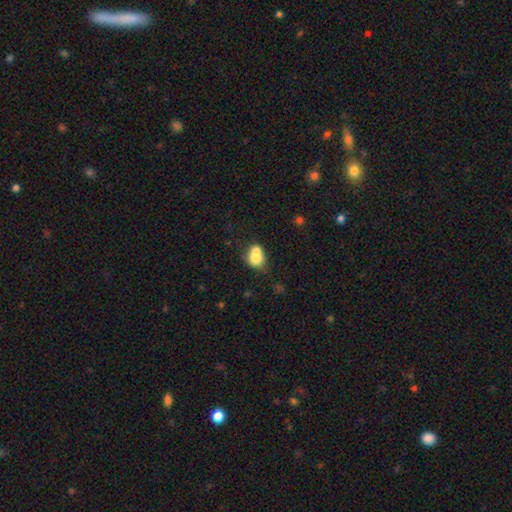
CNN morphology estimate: Q: Smooth or featured?
A: smooth (73%); runner-up: featured or disk (18%)
Q: How rounded?
A: in between (54%); runner-up: round (45%)
Q: Merging?
A: merger (55%); runner-up: none (27%)